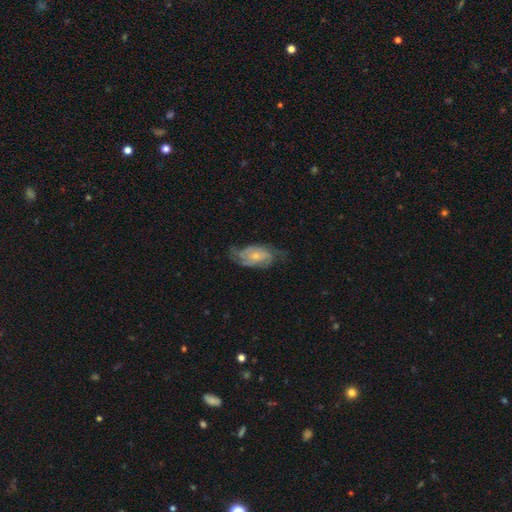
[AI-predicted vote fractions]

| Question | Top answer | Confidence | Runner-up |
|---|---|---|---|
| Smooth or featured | featured or disk | 73% | smooth (21%) |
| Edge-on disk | no | 95% | yes (5%) |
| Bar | no | 69% | weak (26%) |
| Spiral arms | yes | 90% | no (10%) |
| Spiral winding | medium | 44% | tight (35%) |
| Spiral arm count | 2 | 51% | can't tell (22%) |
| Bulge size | small | 59% | moderate (34%) |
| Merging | none | 57% | minor disturbance (26%) |